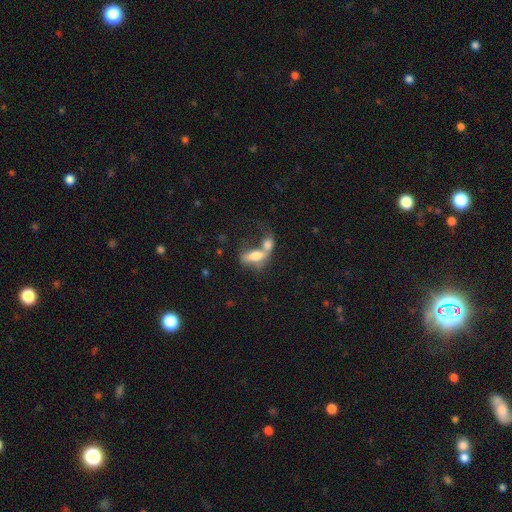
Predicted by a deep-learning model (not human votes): This is possibly a smooth galaxy (59%). How rounded: likely in between (75%). Merging: likely merger (68%).